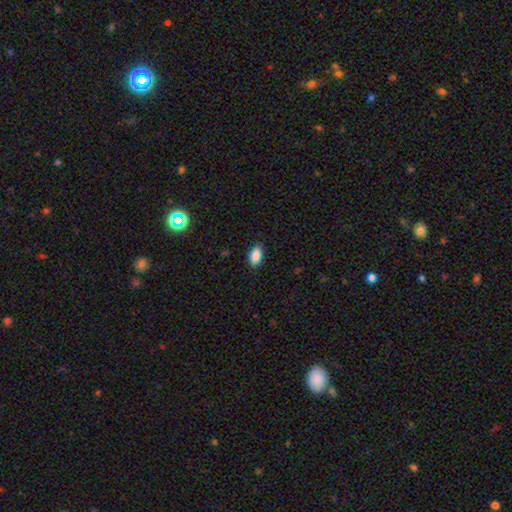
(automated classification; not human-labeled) smooth 88%, star or artifact 8%, featured or disk 4%. Down the decision tree: how rounded — in between (93%); merging — none (87%).